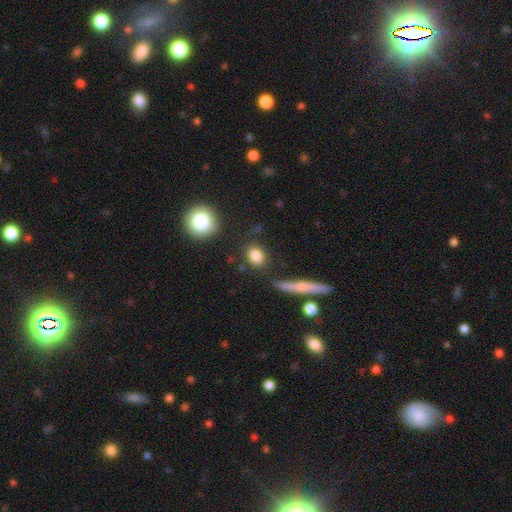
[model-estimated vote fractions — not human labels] Smooth or featured?
  - smooth: 83% *
  - star or artifact: 10%
  - featured or disk: 7%
How rounded?
  - round: 52% *
  - in between: 45%
  - cigar-shaped: 4%
Merging?
  - none: 79% *
  - minor disturbance: 11%
  - merger: 6%
  - major disturbance: 4%